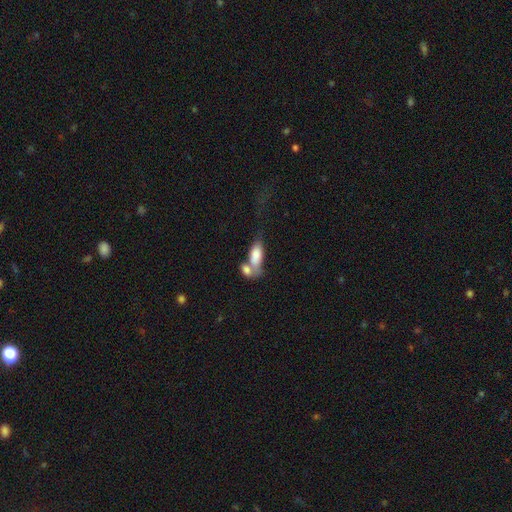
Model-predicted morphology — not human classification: A smooth galaxy with no disk features (77%) that is in between round and cigar-shaped (86%). Merging: merger (63%).